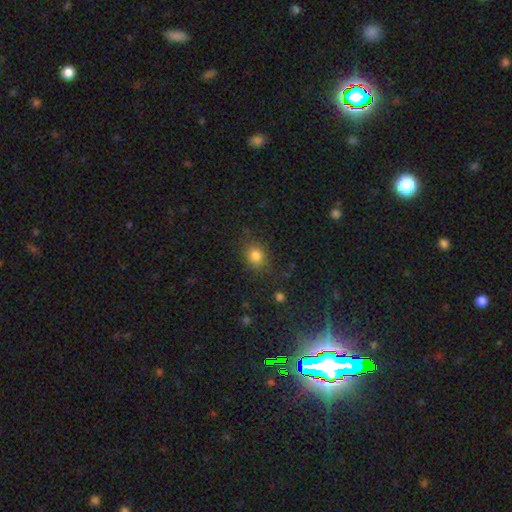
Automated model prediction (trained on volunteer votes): smooth 81%, star or artifact 12%, featured or disk 6%. Down the decision tree: how rounded — round (66%); merging — none (80%).